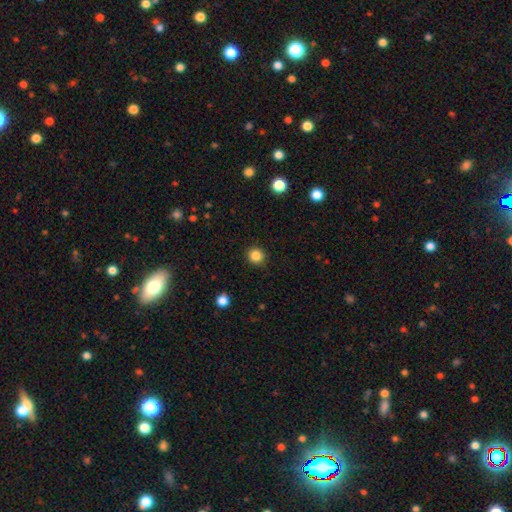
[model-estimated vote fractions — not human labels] Morphology: type=smooth (85%); roundness=round (90%); merging=none (91%).